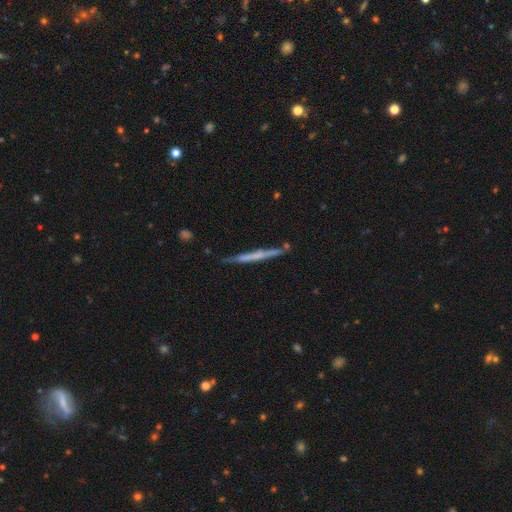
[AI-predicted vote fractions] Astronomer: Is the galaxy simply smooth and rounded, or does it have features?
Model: featured or disk — 56% (runner-up: smooth, 38%).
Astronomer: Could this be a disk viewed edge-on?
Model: yes — 97%.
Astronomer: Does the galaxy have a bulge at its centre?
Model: none — 76%.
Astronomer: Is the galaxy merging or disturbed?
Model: none — 84%.